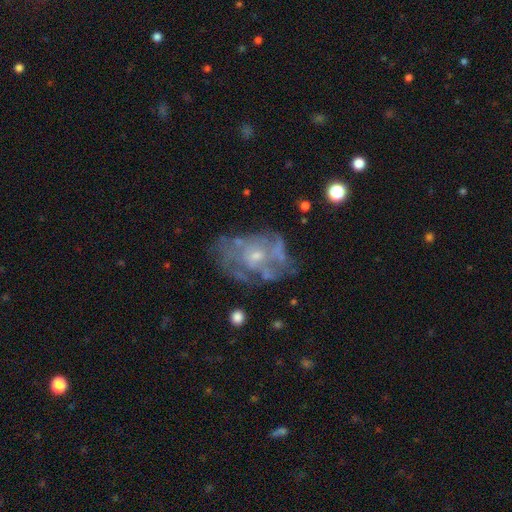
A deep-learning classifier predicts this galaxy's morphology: type=featured or disk (74%); edge-on=no (97%); bar=no (80%); spiral arms=yes (57%); bulge=small (62%); merging=none (53%).